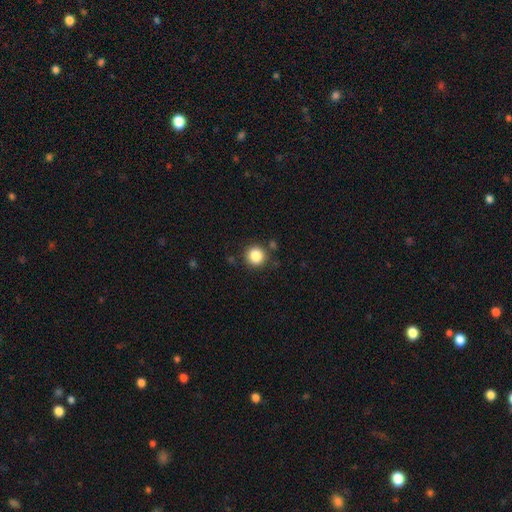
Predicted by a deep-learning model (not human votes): This appears to be a smooth galaxy with no disk features (85%) that is round (93%). Merging: none (86%).